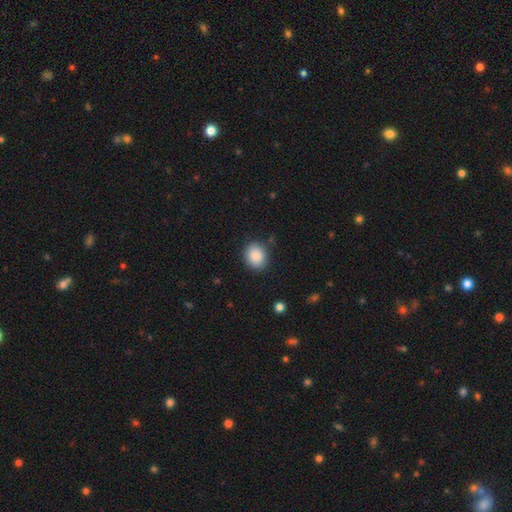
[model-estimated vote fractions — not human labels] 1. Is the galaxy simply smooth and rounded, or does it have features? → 87% smooth, 8% star or artifact, 4% featured or disk.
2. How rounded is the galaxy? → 61% round, 38% in between, 1% cigar-shaped.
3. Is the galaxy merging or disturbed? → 85% none, 10% minor disturbance, 3% major disturbance, 2% merger.